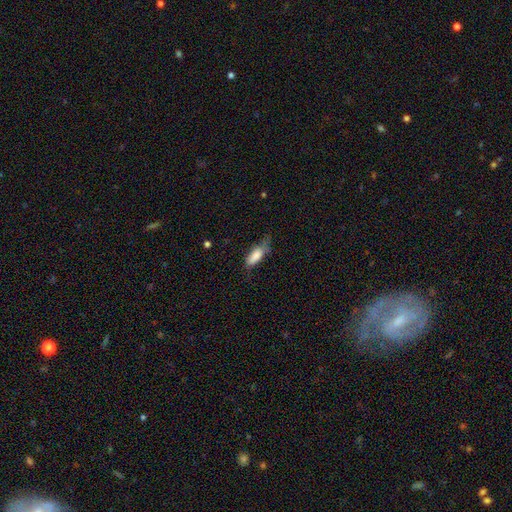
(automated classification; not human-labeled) Overall: smooth (80%). How rounded: in between (69%). Merging: minor disturbance (40%; none 37%).